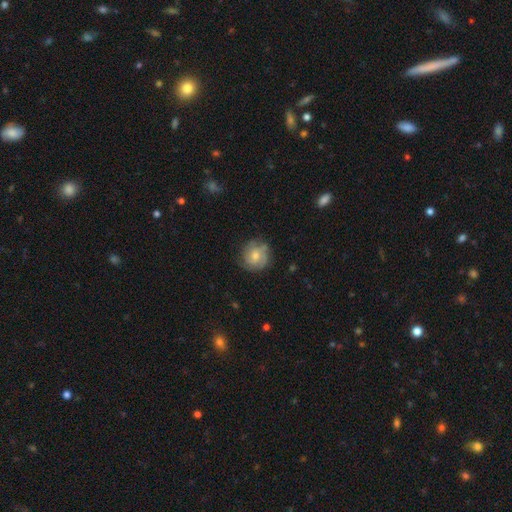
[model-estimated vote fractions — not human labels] Q: Smooth or featured?
A: featured or disk (57%); runner-up: smooth (36%)
Q: Edge-on disk?
A: no (98%); runner-up: yes (2%)
Q: Bar?
A: no (74%); runner-up: weak (23%)
Q: Spiral arms?
A: yes (84%); runner-up: no (16%)
Q: Bulge size?
A: moderate (52%); runner-up: small (41%)
Q: Merging?
A: none (73%); runner-up: minor disturbance (19%)